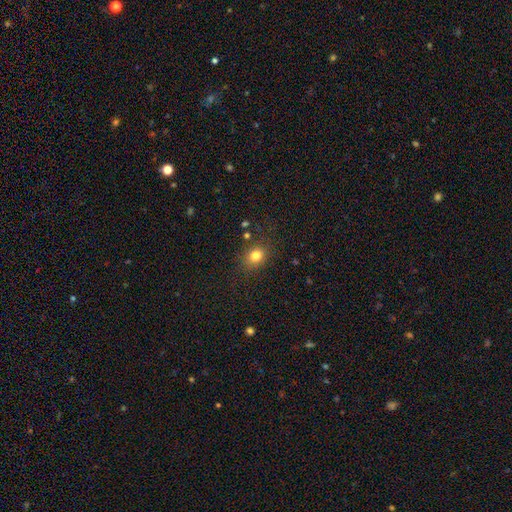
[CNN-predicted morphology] Overall: smooth (80%). How rounded: round (54%; in between 45%). Merging: none (81%).